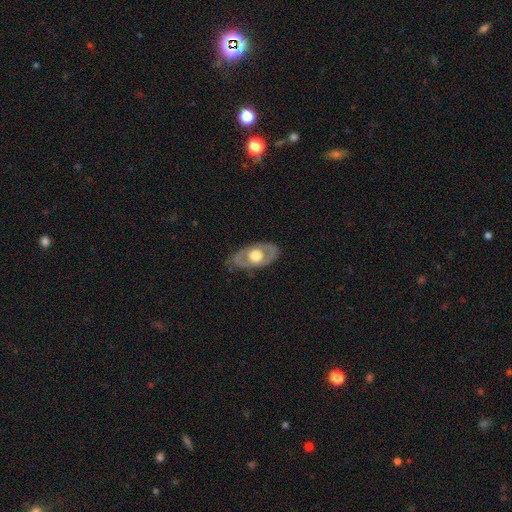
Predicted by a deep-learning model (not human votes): smooth_or_featured: featured or disk (p=0.61) [alt: smooth p=0.34]
disk_edge_on: no (p=0.85) [alt: yes p=0.15]
bar: no (p=0.88) [alt: weak p=0.10]
has_spiral_arms: no (p=0.80) [alt: yes p=0.20]
bulge_size: moderate (p=0.49) [alt: large p=0.45]
merging: none (p=0.75) [alt: minor disturbance p=0.18]